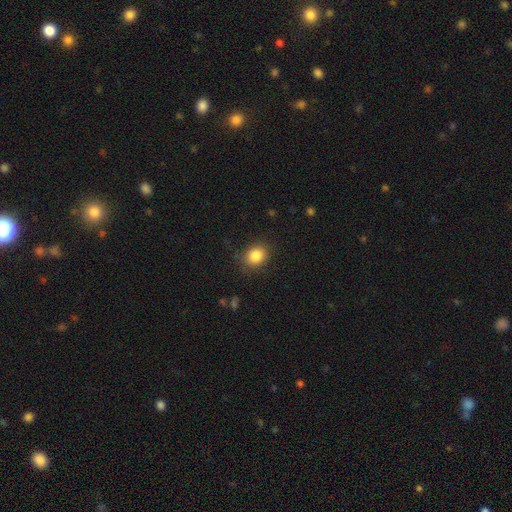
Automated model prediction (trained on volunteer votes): Smooth or featured: smooth — 85% (star or artifact — 10%)
How rounded: round — 60% (in between — 39%)
Merging: none — 81% (minor disturbance — 14%)